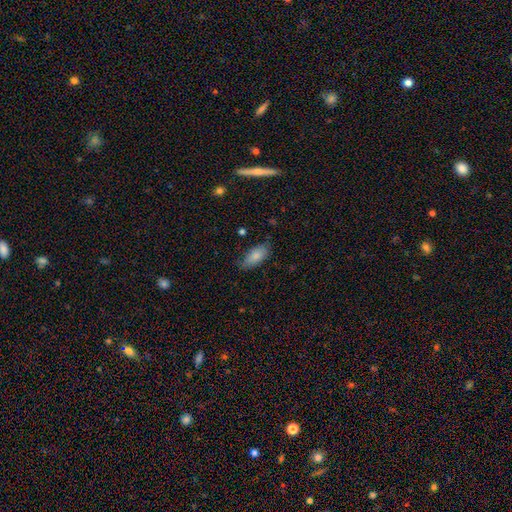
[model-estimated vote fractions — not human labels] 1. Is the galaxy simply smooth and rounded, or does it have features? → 83% smooth, 10% featured or disk, 7% star or artifact.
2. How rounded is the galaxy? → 89% in between, 9% cigar-shaped, 2% round.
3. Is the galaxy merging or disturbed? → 72% none, 22% minor disturbance, 4% major disturbance, 1% merger.